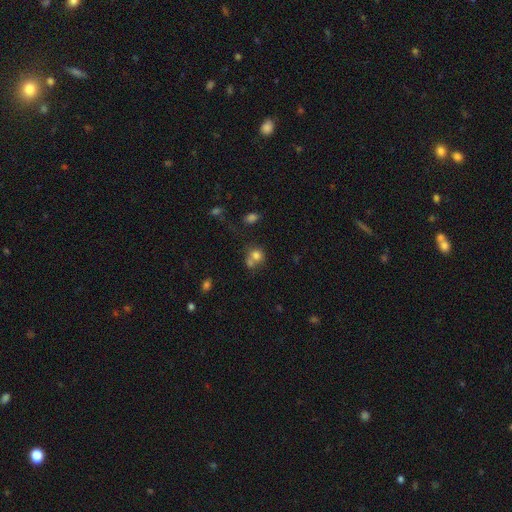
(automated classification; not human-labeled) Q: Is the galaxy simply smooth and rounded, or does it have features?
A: smooth — 74%.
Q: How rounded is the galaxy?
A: round — 74%.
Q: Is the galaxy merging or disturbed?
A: merger — 48%.